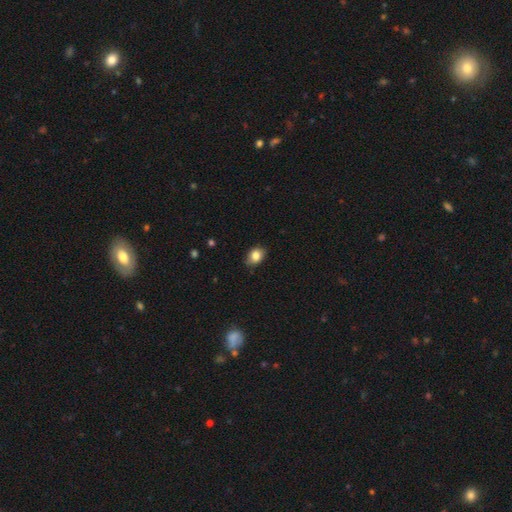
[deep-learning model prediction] Smooth or featured?
  - smooth: 82% *
  - featured or disk: 10%
  - star or artifact: 9%
How rounded?
  - in between: 73% *
  - round: 25%
  - cigar-shaped: 1%
Merging?
  - none: 80% *
  - minor disturbance: 17%
  - major disturbance: 3%
  - merger: 1%